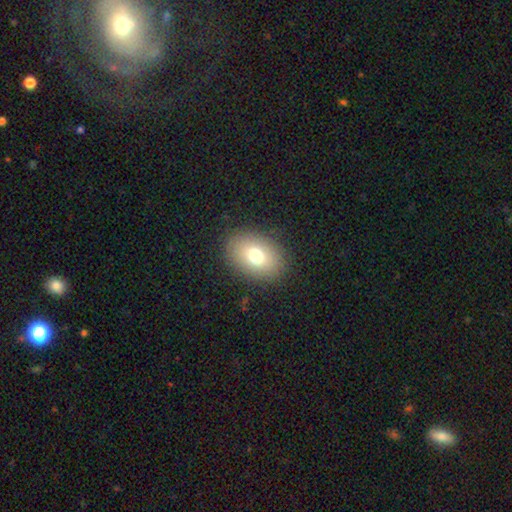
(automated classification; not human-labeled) A smooth galaxy with no disk features (75%) that is in between round and cigar-shaped (74%).

Vote fractions:
- Smooth or featured? smooth: 75% / featured or disk: 14% / star or artifact: 11%
- How rounded? in between: 74% / round: 25% / cigar-shaped: 1%
- Merging? none: 87% / minor disturbance: 9% / major disturbance: 3% / merger: 1%